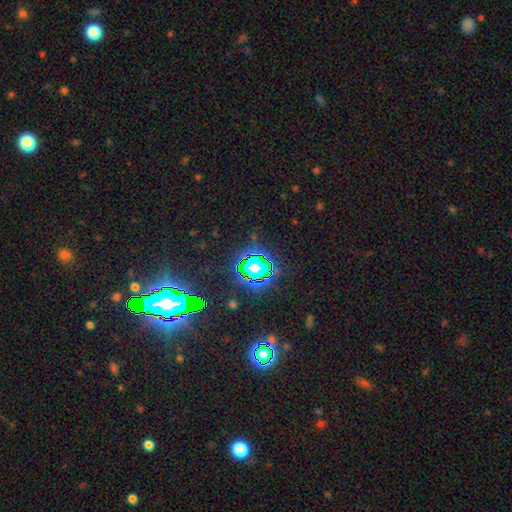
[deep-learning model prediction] This appears to be a star or artifact, not a galaxy (83%).